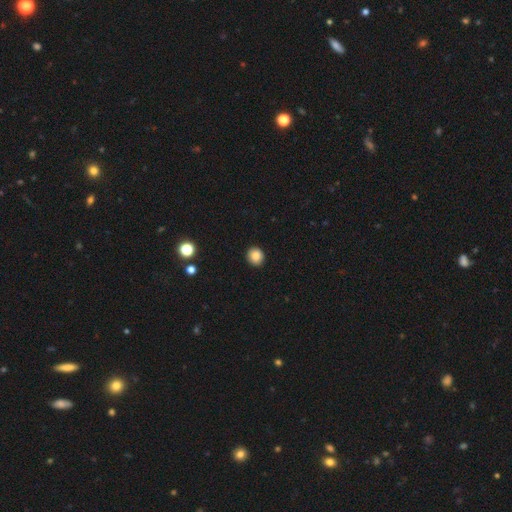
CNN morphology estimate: Smooth or featured?
  - smooth: 86% *
  - star or artifact: 10%
  - featured or disk: 4%
How rounded?
  - round: 82% *
  - in between: 17%
  - cigar-shaped: 1%
Merging?
  - none: 92% *
  - minor disturbance: 6%
  - major disturbance: 2%
  - merger: 1%